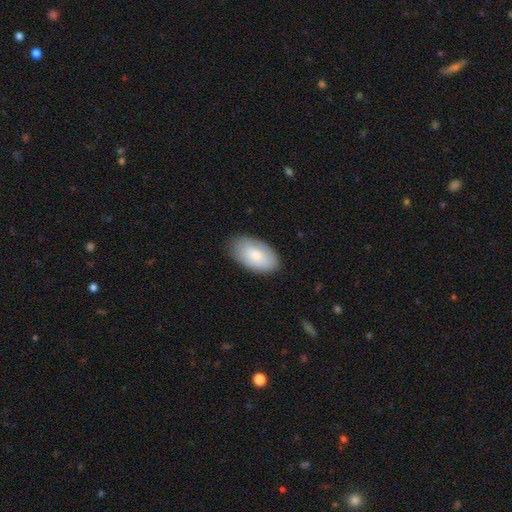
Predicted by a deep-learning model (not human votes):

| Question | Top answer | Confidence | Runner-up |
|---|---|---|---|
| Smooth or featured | smooth | 78% | featured or disk (17%) |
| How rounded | in between | 95% | round (4%) |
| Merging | none | 81% | minor disturbance (15%) |